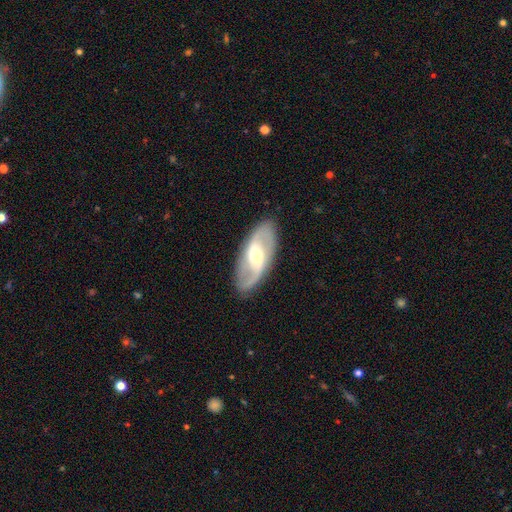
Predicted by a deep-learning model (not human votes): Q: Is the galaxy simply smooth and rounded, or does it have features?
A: featured or disk — 80%.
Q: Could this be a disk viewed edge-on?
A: no — 93%.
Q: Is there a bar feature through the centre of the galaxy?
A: weak — 46%.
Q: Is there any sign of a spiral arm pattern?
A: yes — 91%.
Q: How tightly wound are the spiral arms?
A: loose — 47%.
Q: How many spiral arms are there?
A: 2 — 91%.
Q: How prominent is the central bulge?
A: moderate — 55%.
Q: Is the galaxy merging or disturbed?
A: none — 87%.